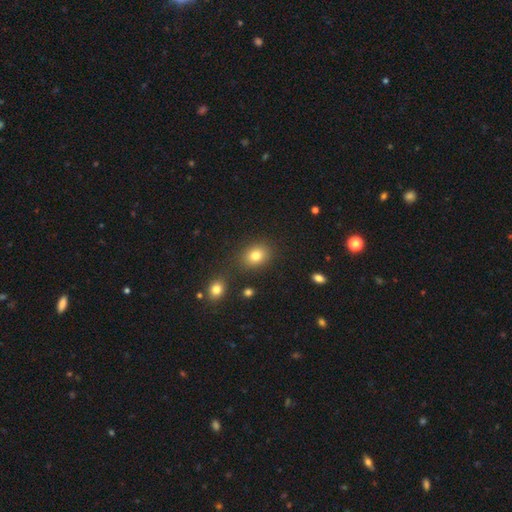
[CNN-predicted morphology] A smooth galaxy with no disk features (80%) that is in between round and cigar-shaped (53%).

Vote fractions:
- Smooth or featured? smooth: 80% / star or artifact: 12% / featured or disk: 8%
- How rounded? in between: 53% / round: 46% / cigar-shaped: 1%
- Merging? none: 82% / minor disturbance: 10% / merger: 5% / major disturbance: 3%